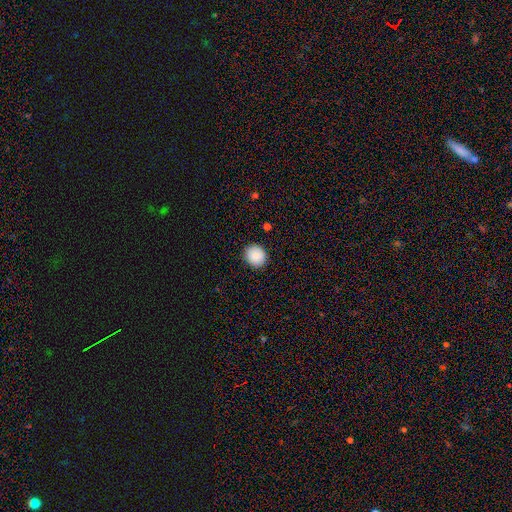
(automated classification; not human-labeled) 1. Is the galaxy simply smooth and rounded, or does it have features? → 88% smooth, 8% star or artifact, 4% featured or disk.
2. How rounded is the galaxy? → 82% round, 17% in between, 1% cigar-shaped.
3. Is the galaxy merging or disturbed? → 90% none, 7% minor disturbance, 2% major disturbance, 1% merger.